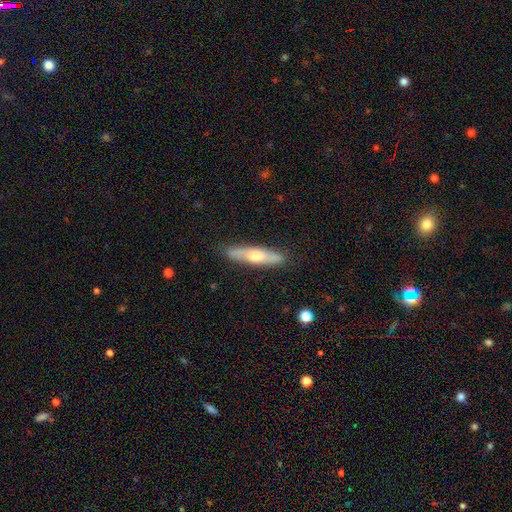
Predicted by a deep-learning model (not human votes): Overall: smooth (50%; featured or disk 44%). How rounded: cigar-shaped (81%). Merging: none (87%).